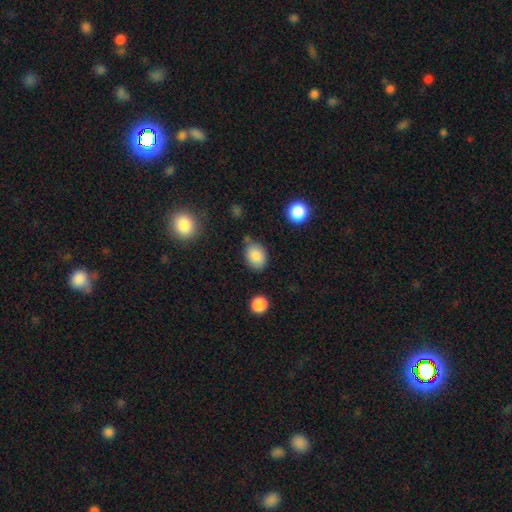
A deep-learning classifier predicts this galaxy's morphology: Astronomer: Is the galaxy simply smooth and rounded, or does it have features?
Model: smooth — 84%.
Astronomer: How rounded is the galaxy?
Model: in between — 68%.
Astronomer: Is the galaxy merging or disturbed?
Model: none — 70%.